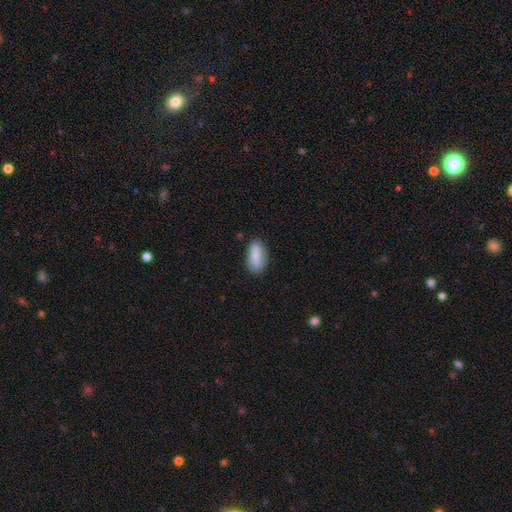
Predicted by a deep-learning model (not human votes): smooth-or-featured: smooth: 82% | featured or disk: 11% | star or artifact: 7%
  how-rounded: in between: 82% | cigar-shaped: 15% | round: 3%
  merging: none: 78% | minor disturbance: 16% | major disturbance: 4% | merger: 2%